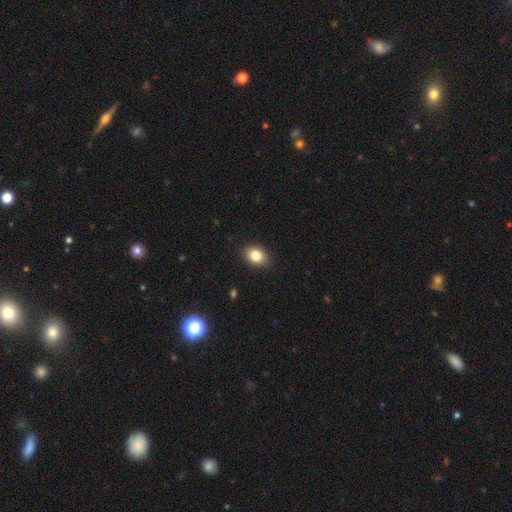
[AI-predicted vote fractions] This appears to be a smooth galaxy with no disk features (84%) that is in between round and cigar-shaped (67%). Merging: none (89%).